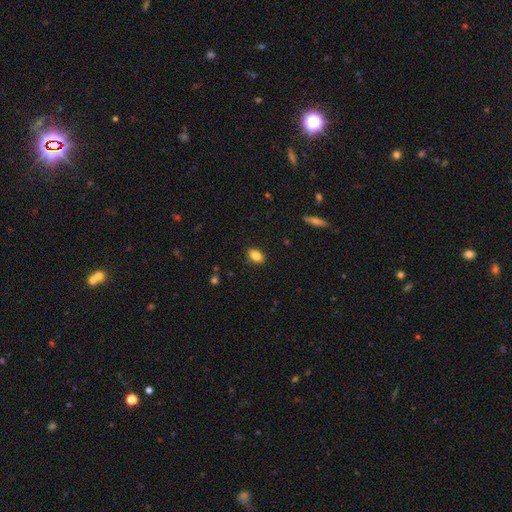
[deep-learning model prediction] Smooth or featured?
  - smooth: 84% *
  - star or artifact: 9%
  - featured or disk: 7%
How rounded?
  - in between: 82% *
  - round: 16%
  - cigar-shaped: 2%
Merging?
  - none: 88% *
  - minor disturbance: 9%
  - major disturbance: 2%
  - merger: 1%